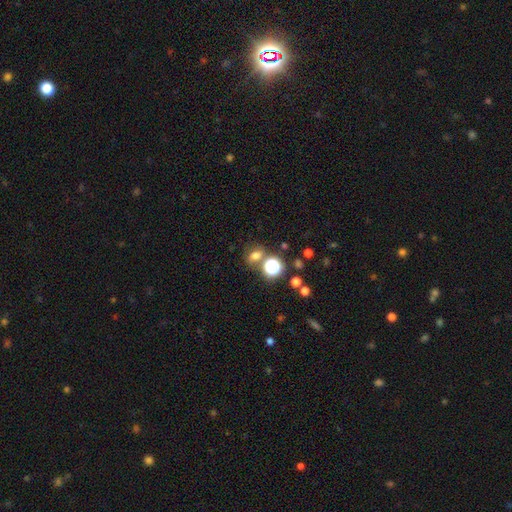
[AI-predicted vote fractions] Smooth or featured?
  - smooth: 65% *
  - star or artifact: 25%
  - featured or disk: 10%
How rounded?
  - round: 49% * (tied)
  - in between: 49% * (tied)
  - cigar-shaped: 2%
Merging?
  - none: 64% *
  - merger: 18%
  - minor disturbance: 13%
  - major disturbance: 6%